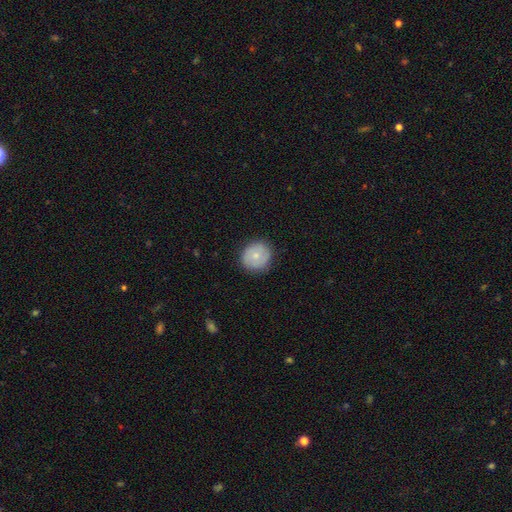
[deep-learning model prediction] A smooth galaxy with no disk features (70%) that is round (87%). Merging: none (84%).